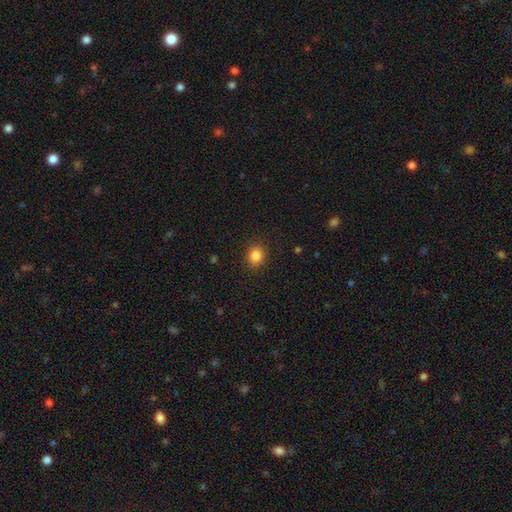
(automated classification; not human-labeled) This appears to be a smooth galaxy with no disk features (85%) that is round (61%). Merging: none (89%).